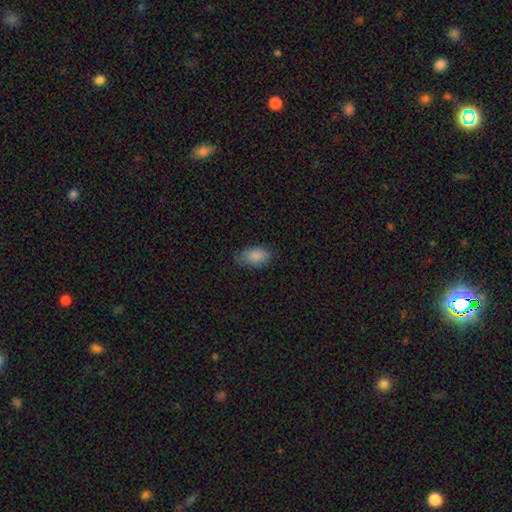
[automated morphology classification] Smooth or featured? smooth (87%)
How rounded? in between (92%)
Merging? none (70%)